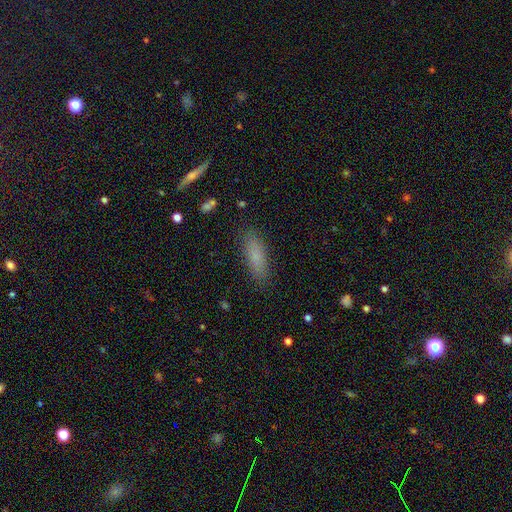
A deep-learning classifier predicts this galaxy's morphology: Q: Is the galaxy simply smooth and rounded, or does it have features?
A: smooth — 79%.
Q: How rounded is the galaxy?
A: cigar-shaped — 54%.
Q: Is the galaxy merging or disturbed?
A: none — 87%.